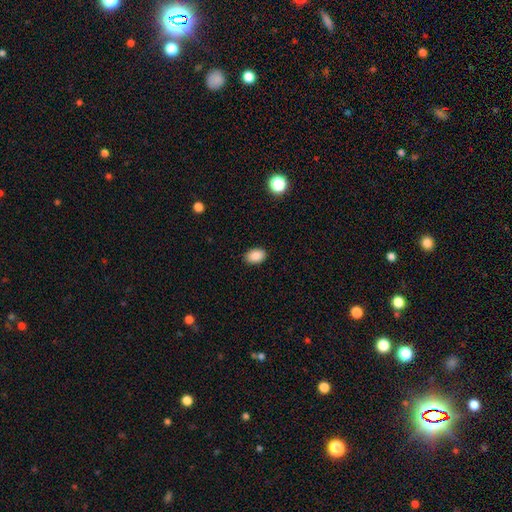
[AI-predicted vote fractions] Smooth or featured?
  - smooth: 88% *
  - star or artifact: 8%
  - featured or disk: 4%
How rounded?
  - in between: 83% *
  - round: 16%
  - cigar-shaped: 1%
Merging?
  - none: 88% *
  - minor disturbance: 9%
  - major disturbance: 2%
  - merger: 1%